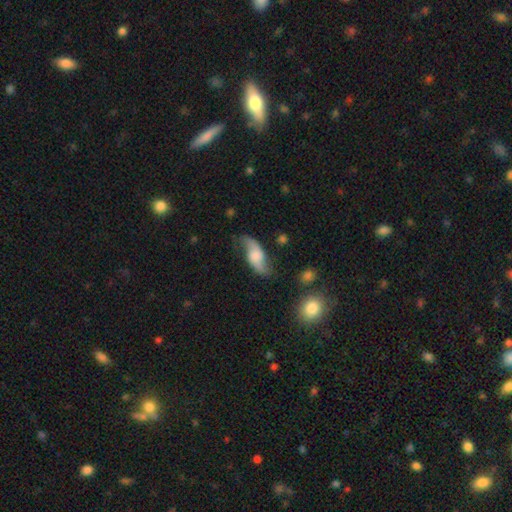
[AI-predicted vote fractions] smooth_or_featured: featured or disk (p=0.69) [alt: smooth p=0.25]
disk_edge_on: no (p=0.92) [alt: yes p=0.08]
bar: no (p=0.55) [alt: weak p=0.35]
has_spiral_arms: yes (p=0.93) [alt: no p=0.07]
spiral_winding: loose (p=0.81) [alt: medium p=0.15]
spiral_arm_count: 2 (p=0.91) [alt: can't tell p=0.03]
bulge_size: none (p=0.34) [alt: moderate p=0.24]
merging: none (p=0.66) [alt: minor disturbance p=0.22]